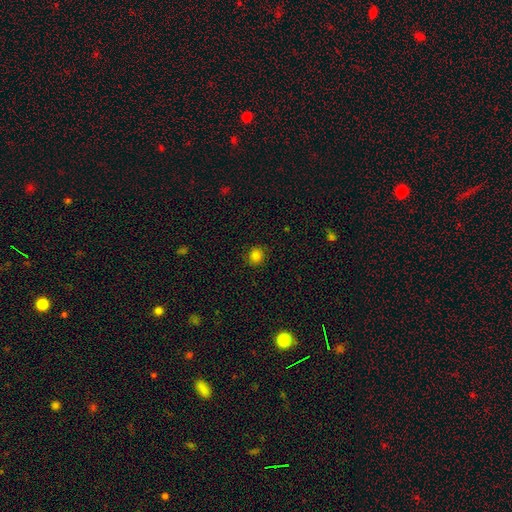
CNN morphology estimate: Smooth or featured?
  - smooth: 81% *
  - star or artifact: 14%
  - featured or disk: 5%
How rounded?
  - round: 85% *
  - in between: 14%
  - cigar-shaped: 1%
Merging?
  - none: 89% *
  - minor disturbance: 8%
  - major disturbance: 2%
  - merger: 1%